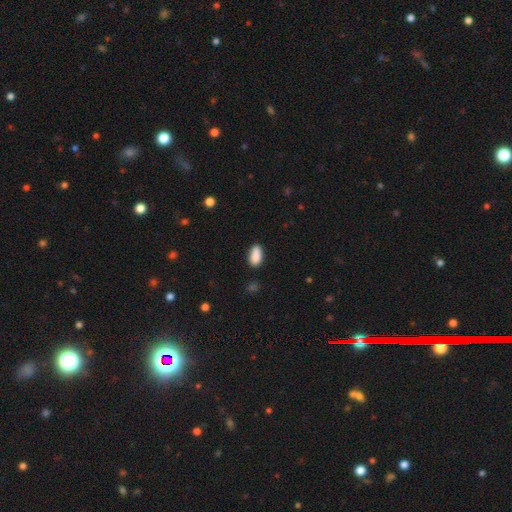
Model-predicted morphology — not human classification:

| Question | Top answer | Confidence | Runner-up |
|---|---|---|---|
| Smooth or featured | smooth | 88% | star or artifact (8%) |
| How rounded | in between | 88% | cigar-shaped (8%) |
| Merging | none | 76% | minor disturbance (17%) |